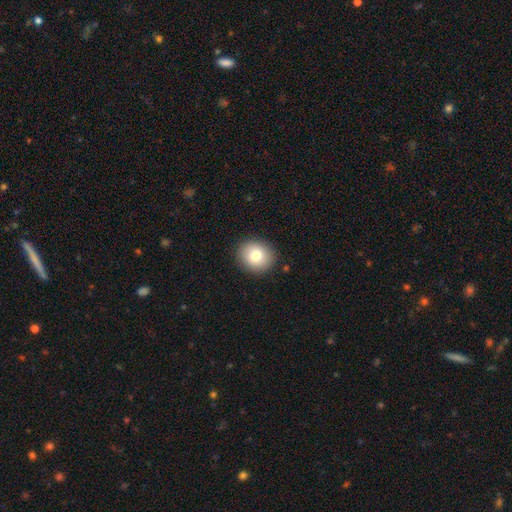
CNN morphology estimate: smooth_or_featured: smooth (p=0.79) [alt: featured or disk p=0.12]
how_rounded: round (p=0.78) [alt: in between p=0.21]
merging: none (p=0.90) [alt: minor disturbance p=0.07]